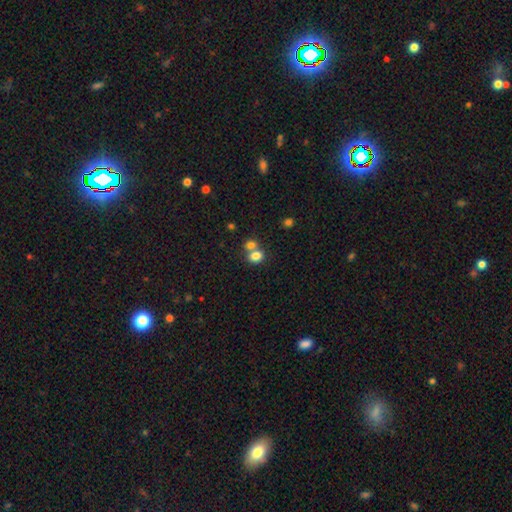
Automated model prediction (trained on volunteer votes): Smooth or featured? Predicted: smooth (p=0.80). How rounded? Predicted: round (p=0.51). Merging? Predicted: merger (p=0.52).